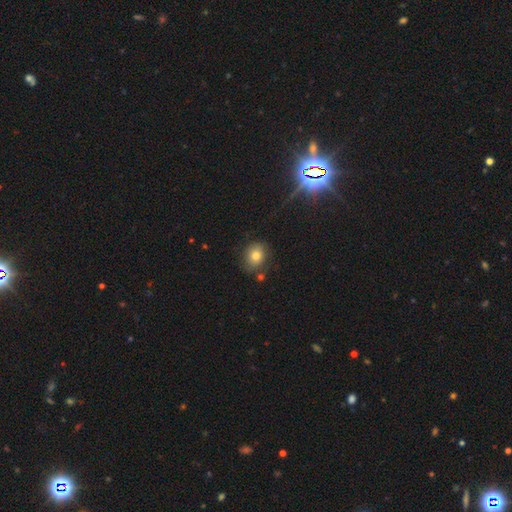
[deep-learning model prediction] Smooth or featured?
  - smooth: 78% *
  - star or artifact: 12%
  - featured or disk: 11%
How rounded?
  - round: 61% *
  - in between: 38%
  - cigar-shaped: 1%
Merging?
  - none: 76% *
  - minor disturbance: 15%
  - merger: 5%
  - major disturbance: 4%